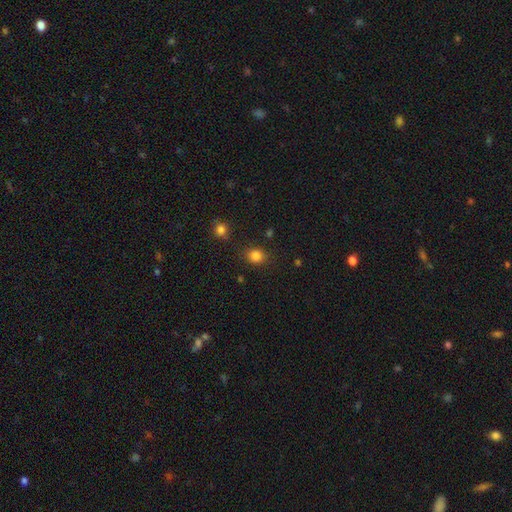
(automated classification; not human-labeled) Overall: smooth (83%). How rounded: round (69%; in between 30%). Merging: none (81%).